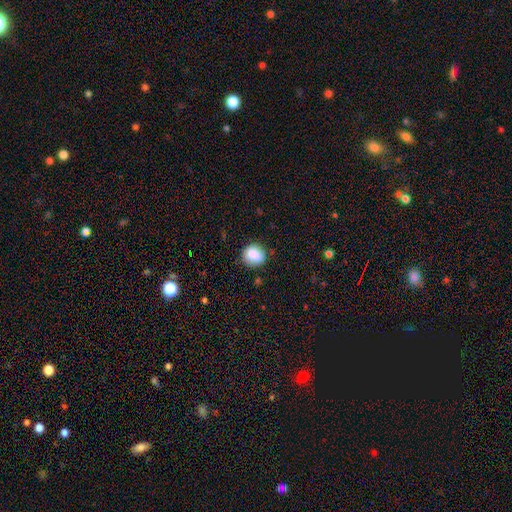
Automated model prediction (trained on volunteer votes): A smooth galaxy with no disk features (85%) that is round (80%).

Vote fractions:
- Smooth or featured? smooth: 85% / star or artifact: 8% / featured or disk: 7%
- How rounded? round: 80% / in between: 19% / cigar-shaped: 1%
- Merging? none: 82% / minor disturbance: 13% / major disturbance: 3% / merger: 2%